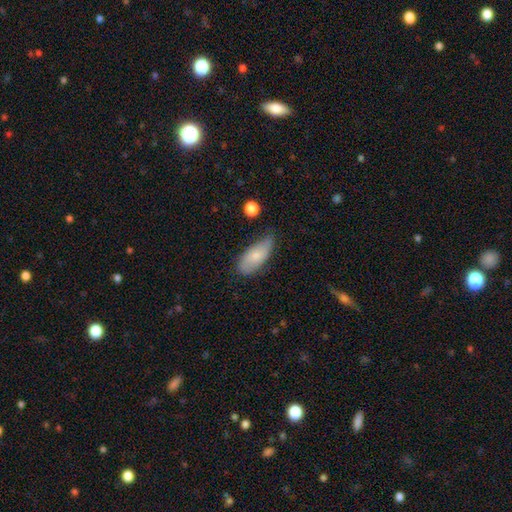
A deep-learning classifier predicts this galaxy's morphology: smooth_or_featured: smooth (p=0.76) [alt: featured or disk p=0.18]
how_rounded: in between (p=0.85) [alt: cigar-shaped p=0.13]
merging: none (p=0.58) [alt: minor disturbance p=0.34]